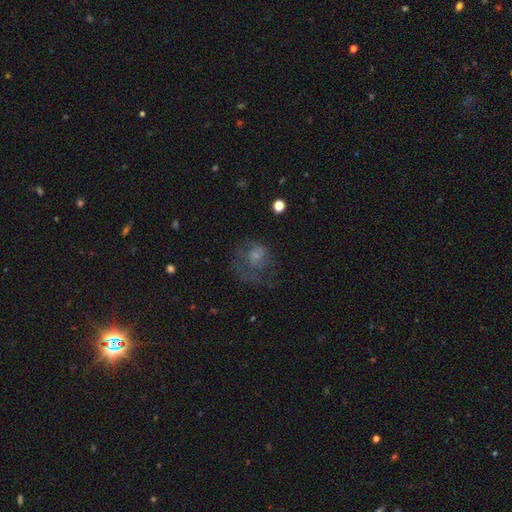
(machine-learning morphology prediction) smooth-or-featured: smooth: 50% | featured or disk: 36% | star or artifact: 14%
  how-rounded: round: 59% | in between: 40% | cigar-shaped: 1%
  merging: major disturbance: 45% | none: 33% | minor disturbance: 19% | merger: 3%